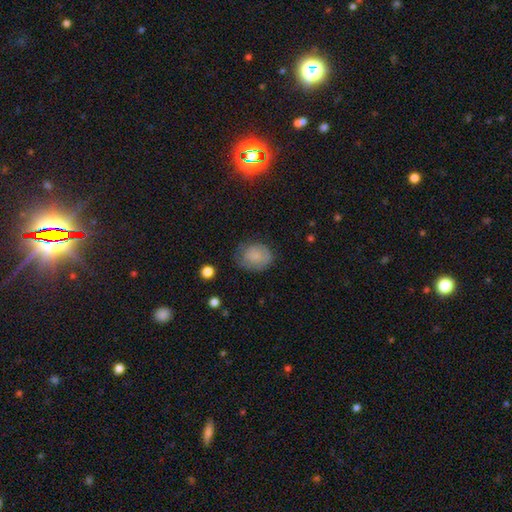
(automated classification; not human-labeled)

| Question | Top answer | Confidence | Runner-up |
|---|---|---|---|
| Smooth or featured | smooth | 74% | featured or disk (17%) |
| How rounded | round | 55% | in between (44%) |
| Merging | none | 60% | minor disturbance (28%) |